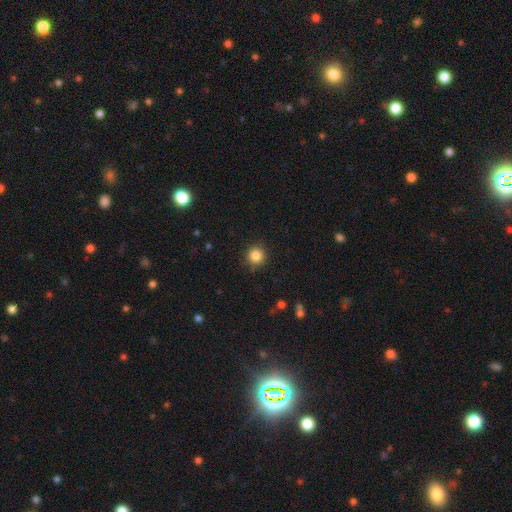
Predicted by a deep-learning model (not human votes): smooth-or-featured: smooth: 84% | star or artifact: 11% | featured or disk: 4%
  how-rounded: round: 93% | in between: 6% | cigar-shaped: 1%
  merging: none: 88% | minor disturbance: 9% | major disturbance: 2% | merger: 1%